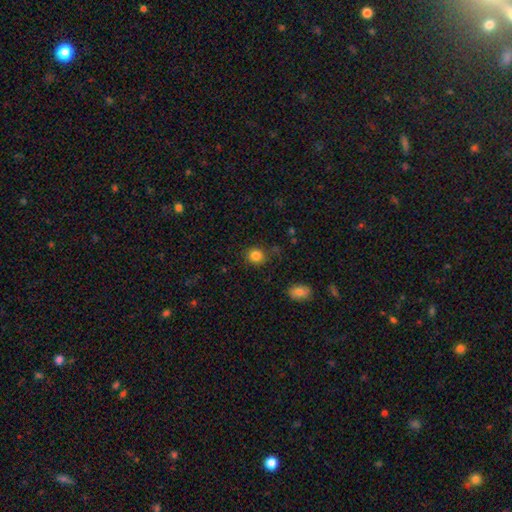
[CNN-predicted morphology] Overall: smooth (84%). How rounded: round (80%). Merging: none (82%).